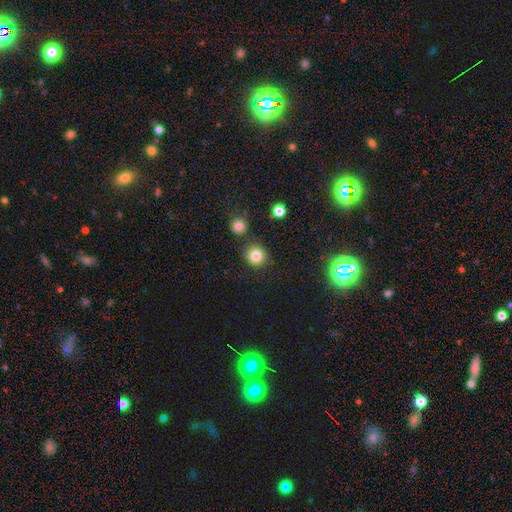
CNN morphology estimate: A smooth galaxy with no disk features (82%) that is round (91%).

Vote fractions:
- Smooth or featured? smooth: 82% / star or artifact: 13% / featured or disk: 6%
- How rounded? round: 91% / in between: 8% / cigar-shaped: 1%
- Merging? none: 84% / minor disturbance: 7% / merger: 6% / major disturbance: 3%